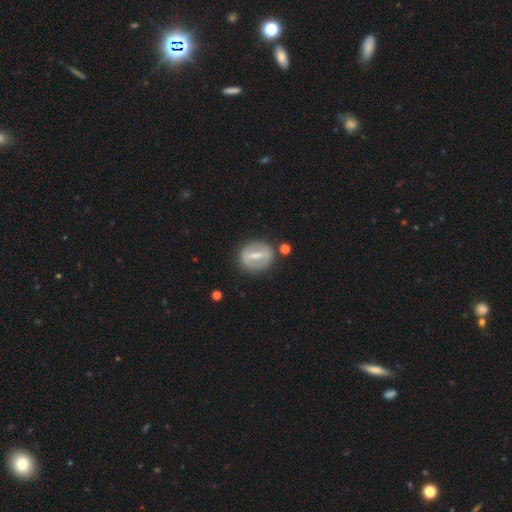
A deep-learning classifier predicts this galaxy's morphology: A featured or disk galaxy (63%) with a strong bar (74%), no spiral arms (76%) and a moderate central bulge (41%). Merging: none (80%).